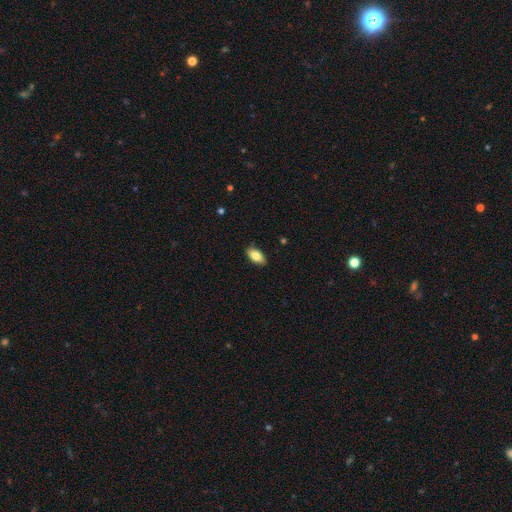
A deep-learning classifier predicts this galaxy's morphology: Smooth or featured?
  - smooth: 82% *
  - featured or disk: 11%
  - star or artifact: 7%
How rounded?
  - in between: 91% *
  - cigar-shaped: 5%
  - round: 3%
Merging?
  - none: 84% *
  - minor disturbance: 13%
  - major disturbance: 2%
  - merger: 1%